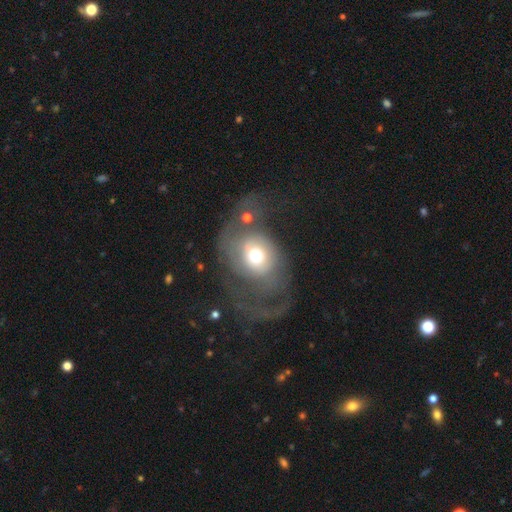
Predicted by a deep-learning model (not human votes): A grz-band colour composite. It shows a smooth galaxy with no disk features (48%). Merging: major disturbance (53%).